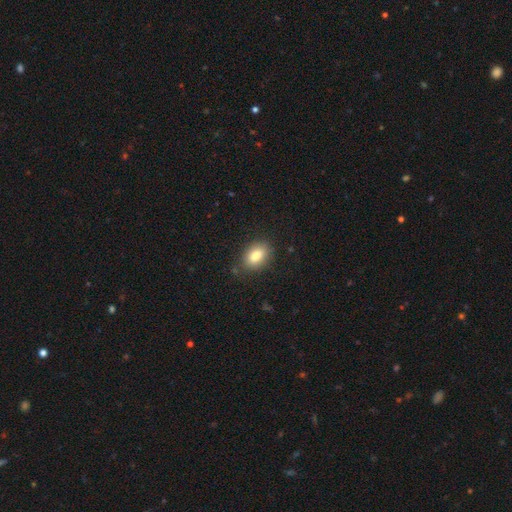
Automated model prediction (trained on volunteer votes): Smooth or featured? smooth (83%)
How rounded? in between (84%)
Merging? none (82%)